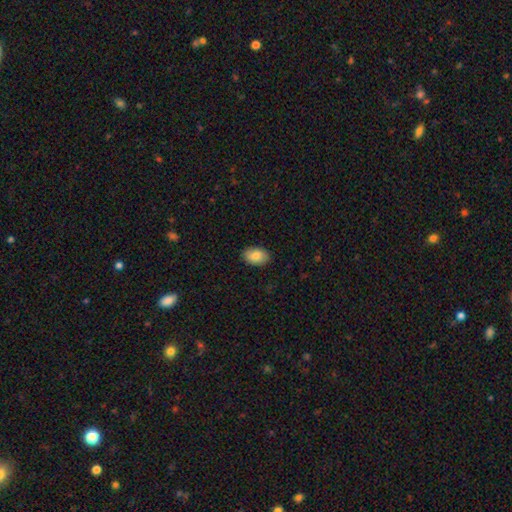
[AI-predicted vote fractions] smooth_or_featured: smooth (p=0.86) [alt: featured or disk p=0.08]
how_rounded: in between (p=0.91) [alt: round p=0.08]
merging: none (p=0.88) [alt: minor disturbance p=0.09]